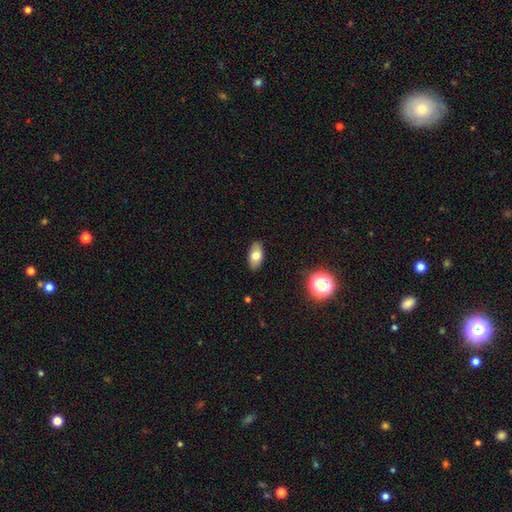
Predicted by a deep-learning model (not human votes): Smooth or featured? smooth (77%)
How rounded? in between (92%)
Merging? none (87%)